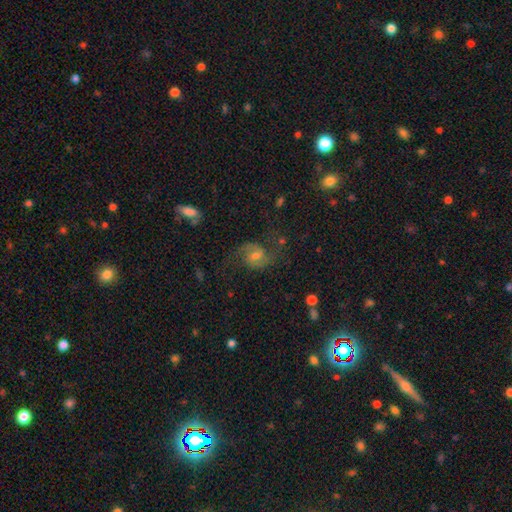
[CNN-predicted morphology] This is likely a featured or disk galaxy (74%). It is clearly not viewed edge-on (98%). Bar: possibly weak (47%). Spiral arm pattern: clearly yes (94%). Spiral arm count: clearly 2 (90%). Spiral winding: possibly medium (50%). Central bulge: possibly moderate (53%). Merging: likely none (70%).